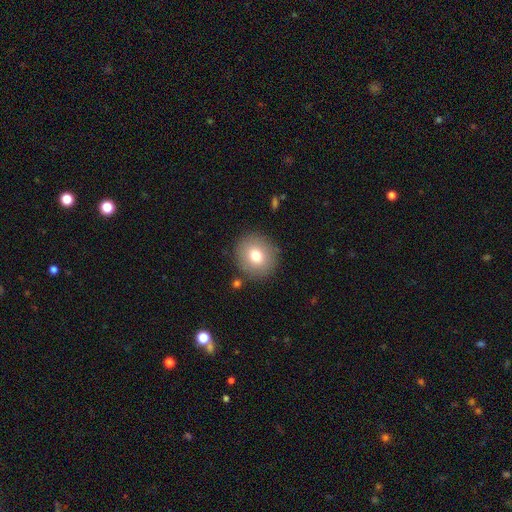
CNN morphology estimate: Overall: smooth (76%). How rounded: round (90%). Merging: none (87%).